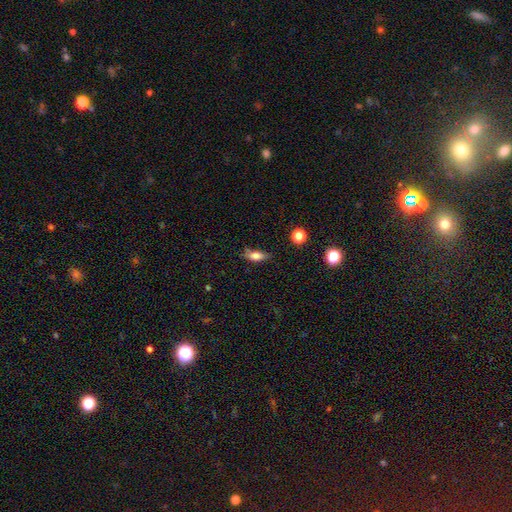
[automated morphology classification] Smooth or featured? smooth (69%)
How rounded? in between (67%)
Merging? none (71%)